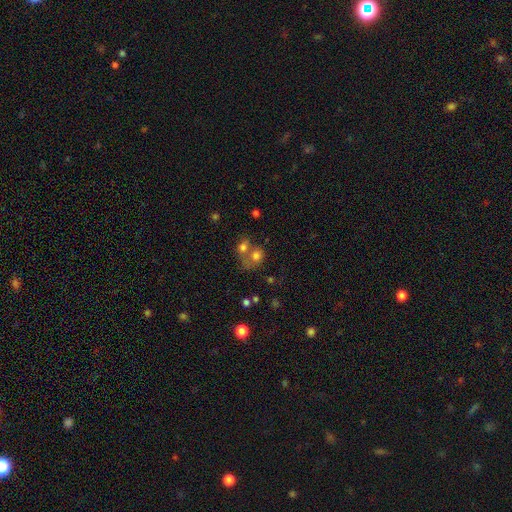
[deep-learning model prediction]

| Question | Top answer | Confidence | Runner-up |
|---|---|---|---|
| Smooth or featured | smooth | 72% | featured or disk (15%) |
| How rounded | round | 66% | in between (33%) |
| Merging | merger | 56% | none (28%) |